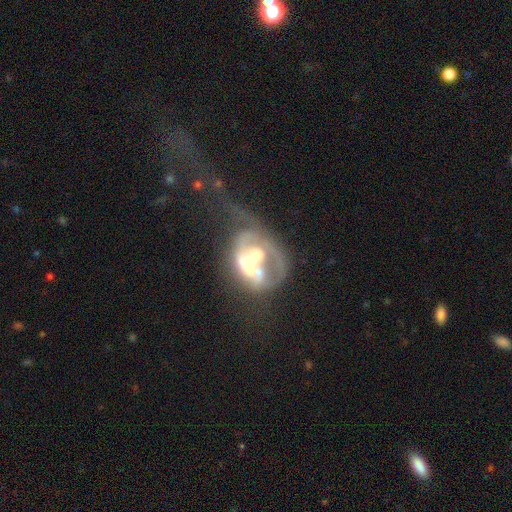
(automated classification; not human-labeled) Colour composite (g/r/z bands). It shows a featured or disk galaxy (69%) with no bar (71%), no spiral arms (52%) and a moderate central bulge (45%). Merging: merger (39%).